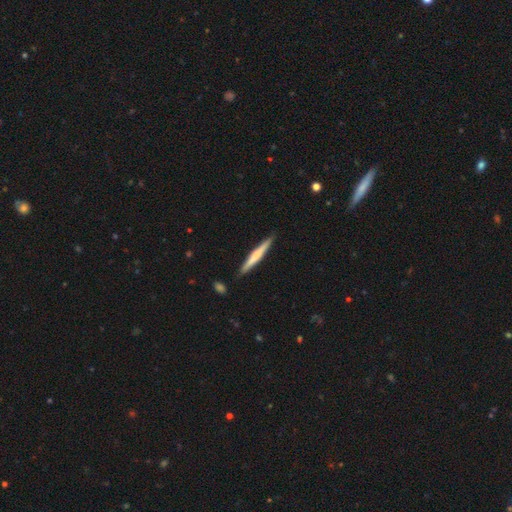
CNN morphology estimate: Smooth or featured?
  - smooth: 58% *
  - featured or disk: 38%
  - star or artifact: 5%
How rounded?
  - cigar-shaped: 96% *
  - in between: 3%
  - round: 1%
Merging?
  - none: 89% *
  - minor disturbance: 8%
  - merger: 2%
  - major disturbance: 1%